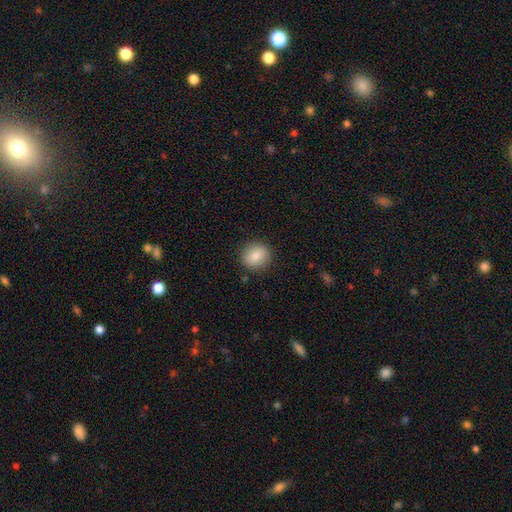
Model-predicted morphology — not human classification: Smooth or featured?
  - smooth: 85% *
  - star or artifact: 8%
  - featured or disk: 7%
How rounded?
  - round: 85% *
  - in between: 14%
  - cigar-shaped: 1%
Merging?
  - none: 89% *
  - minor disturbance: 8%
  - major disturbance: 2%
  - merger: 1%